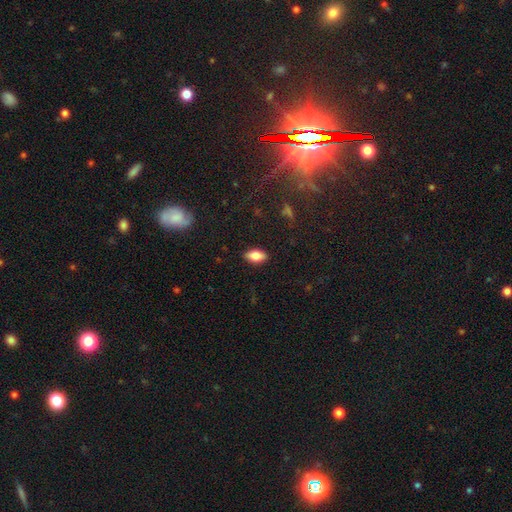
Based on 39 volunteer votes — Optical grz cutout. It shows a featured or disk galaxy (49%) viewed edge-on (84%) with a rounded central bulge (94%). Merging: none (86%).